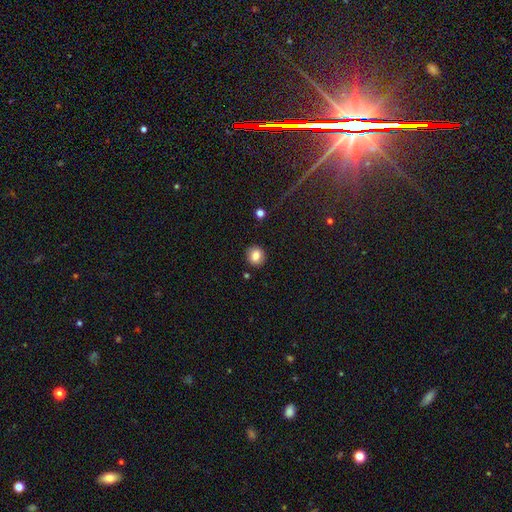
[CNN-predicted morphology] smooth_or_featured: smooth (p=0.82) [alt: star or artifact p=0.10]
how_rounded: round (p=0.86) [alt: in between p=0.14]
merging: none (p=0.90) [alt: minor disturbance p=0.06]